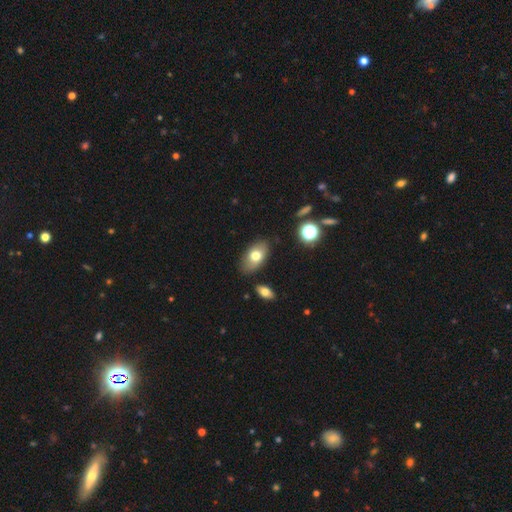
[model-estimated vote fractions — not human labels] A smooth galaxy with no disk features (72%) that is in between round and cigar-shaped (90%). Merging: none (80%).